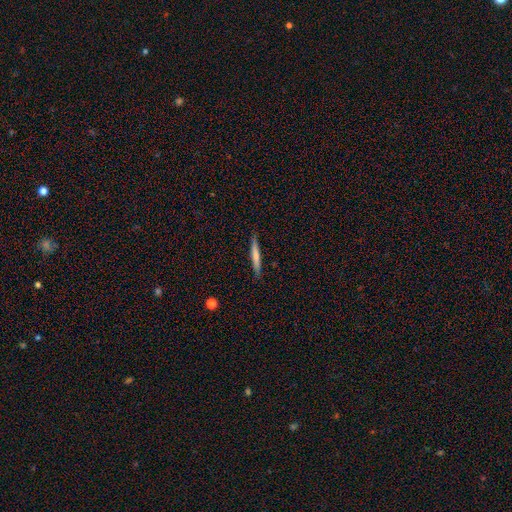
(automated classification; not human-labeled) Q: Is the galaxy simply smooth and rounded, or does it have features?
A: smooth — 65%.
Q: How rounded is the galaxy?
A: cigar-shaped — 95%.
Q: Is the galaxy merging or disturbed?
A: none — 89%.